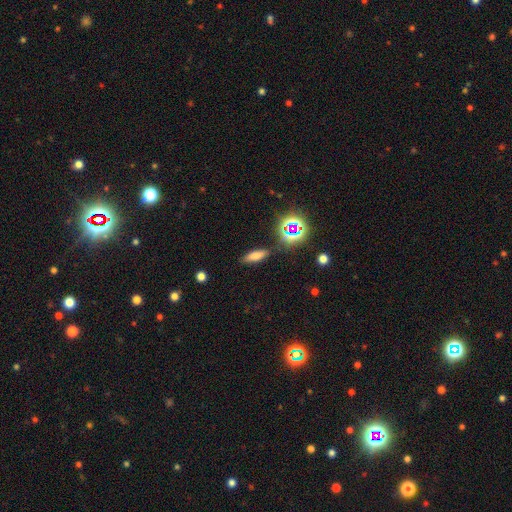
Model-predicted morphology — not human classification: A smooth galaxy with no disk features (67%) that is in between round and cigar-shaped (53%).

Vote fractions:
- Smooth or featured? smooth: 67% / star or artifact: 20% / featured or disk: 13%
- How rounded? in between: 53% / cigar-shaped: 41% / round: 6%
- Merging? none: 83% / minor disturbance: 10% / major disturbance: 3% / merger: 3%